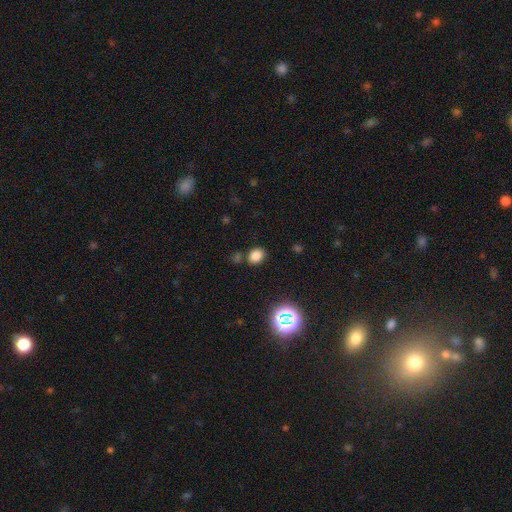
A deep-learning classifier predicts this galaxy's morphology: A smooth galaxy with no disk features (78%) that is in between round and cigar-shaped (54%). Merging: none (77%).